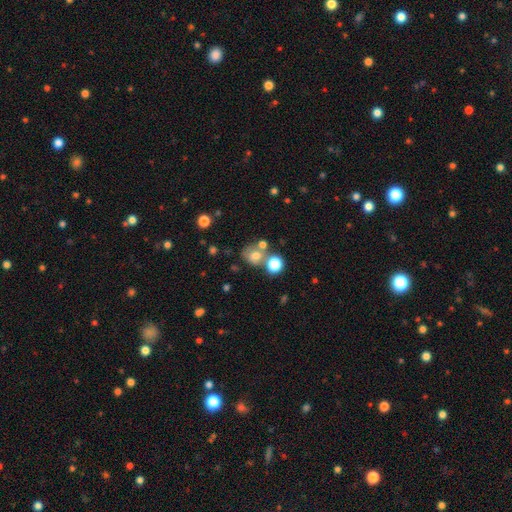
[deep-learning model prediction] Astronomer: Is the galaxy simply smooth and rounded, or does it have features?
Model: smooth — 67%.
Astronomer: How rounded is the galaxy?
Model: round — 68%.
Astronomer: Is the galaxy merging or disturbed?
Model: none — 46% (runner-up: merger, 33%).